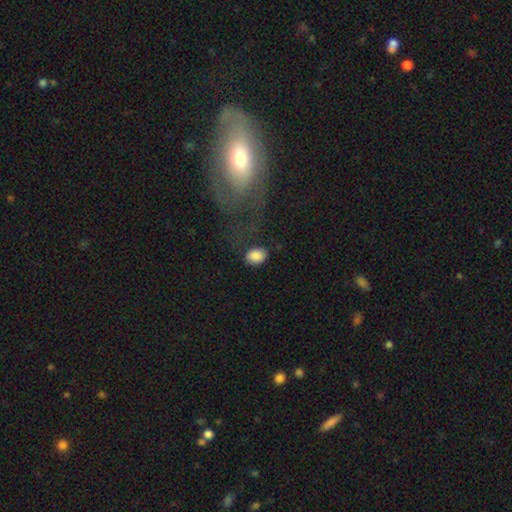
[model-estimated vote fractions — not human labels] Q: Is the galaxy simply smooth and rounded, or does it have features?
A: smooth — 87%.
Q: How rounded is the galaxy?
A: in between — 78%.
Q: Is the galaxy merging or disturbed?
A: none — 72%.